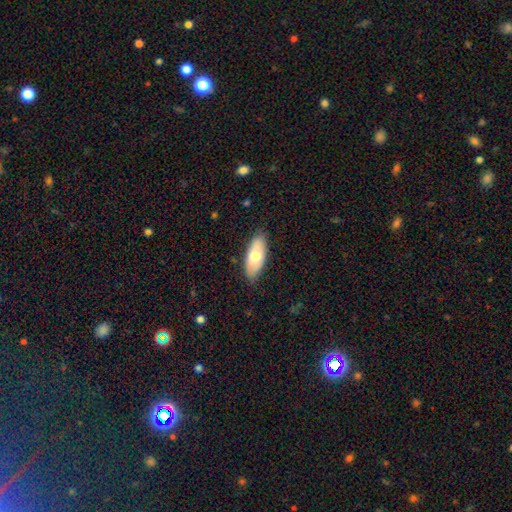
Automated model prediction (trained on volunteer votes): Smooth or featured? Predicted: smooth (p=0.67). How rounded? Predicted: in between (p=0.82). Merging? Predicted: none (p=0.83).